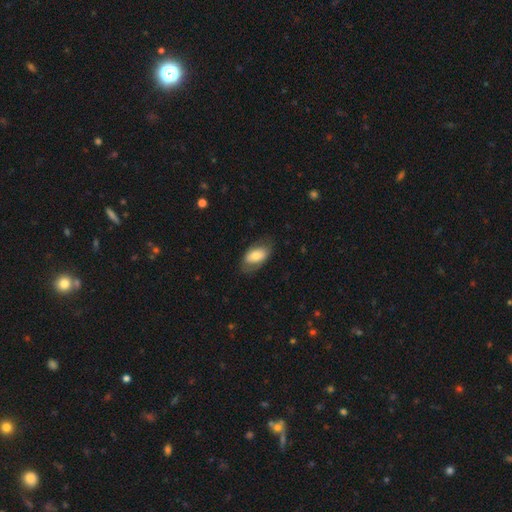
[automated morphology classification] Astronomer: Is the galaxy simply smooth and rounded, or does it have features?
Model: smooth — 70%.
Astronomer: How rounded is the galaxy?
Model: in between — 92%.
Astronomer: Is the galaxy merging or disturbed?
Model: none — 68%.